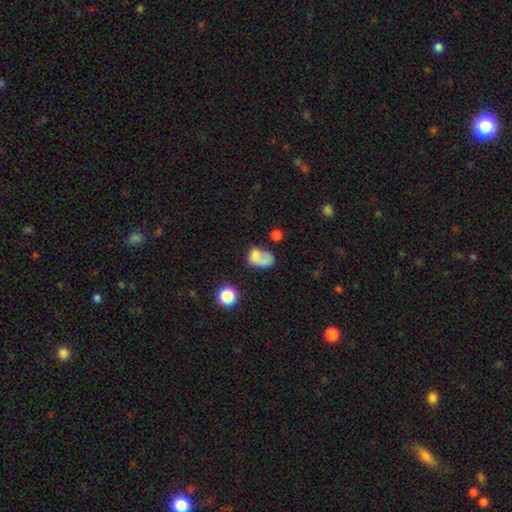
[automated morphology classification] Smooth or featured? smooth (64%)
How rounded? in between (73%)
Merging? merger (31%)